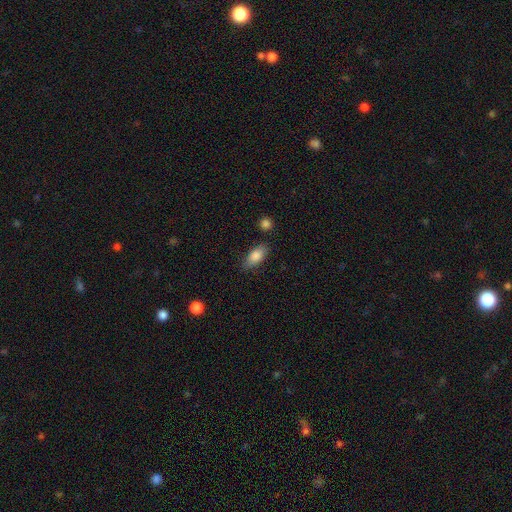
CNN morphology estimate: A smooth galaxy with no disk features (84%) that is in between round and cigar-shaped (85%).

Vote fractions:
- Smooth or featured? smooth: 84% / featured or disk: 9% / star or artifact: 7%
- How rounded? in between: 85% / cigar-shaped: 12% / round: 3%
- Merging? none: 80% / minor disturbance: 13% / merger: 3% / major disturbance: 3%